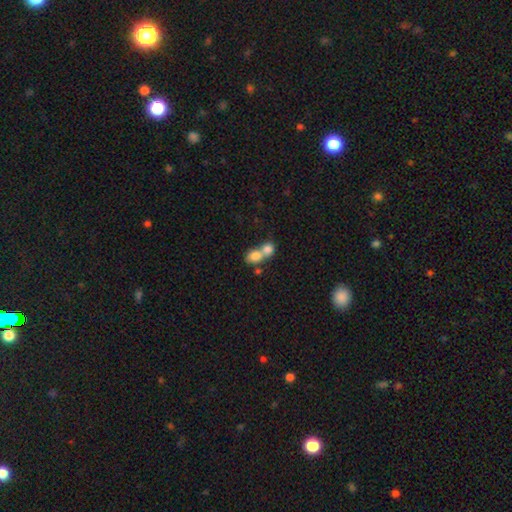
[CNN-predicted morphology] Smooth or featured? Predicted: smooth (p=0.78). How rounded? Predicted: round (p=0.53). Merging? Predicted: merger (p=0.72).